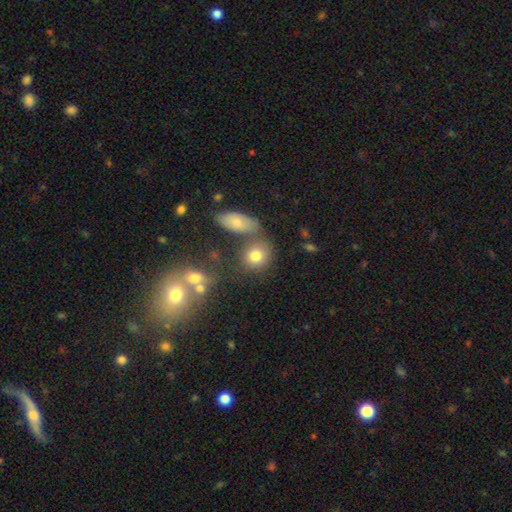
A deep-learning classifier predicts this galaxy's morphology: A smooth galaxy with no disk features (76%) that is round (72%). Merging: none (61%).